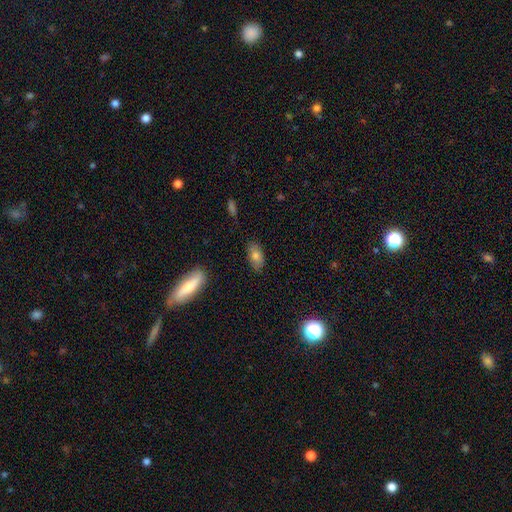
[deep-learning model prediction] Smooth or featured: smooth — 77% (featured or disk — 14%)
How rounded: in between — 88% (cigar-shaped — 8%)
Merging: none — 82% (minor disturbance — 13%)